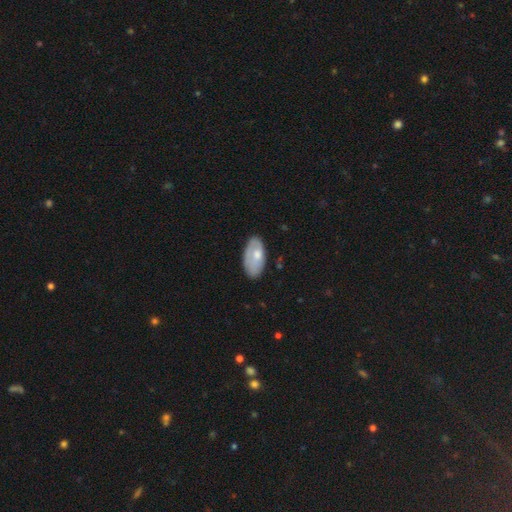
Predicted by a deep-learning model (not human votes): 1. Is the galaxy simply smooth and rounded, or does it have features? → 63% smooth, 32% featured or disk, 5% star or artifact.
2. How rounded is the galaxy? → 94% in between, 4% round, 2% cigar-shaped.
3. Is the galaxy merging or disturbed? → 67% none, 25% minor disturbance, 7% major disturbance, 2% merger.